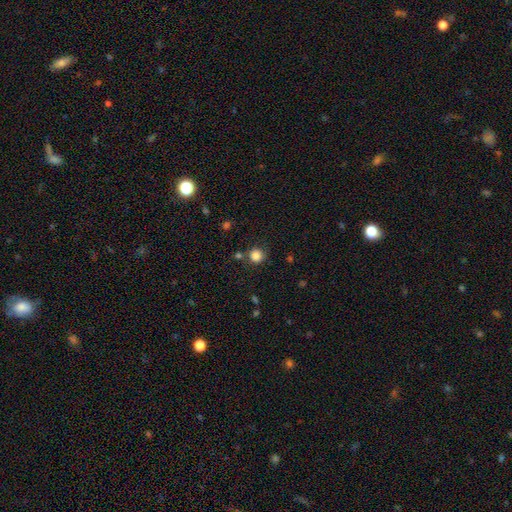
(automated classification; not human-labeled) This is clearly a smooth galaxy (84%). How rounded: clearly round (91%). Merging: likely none (78%).